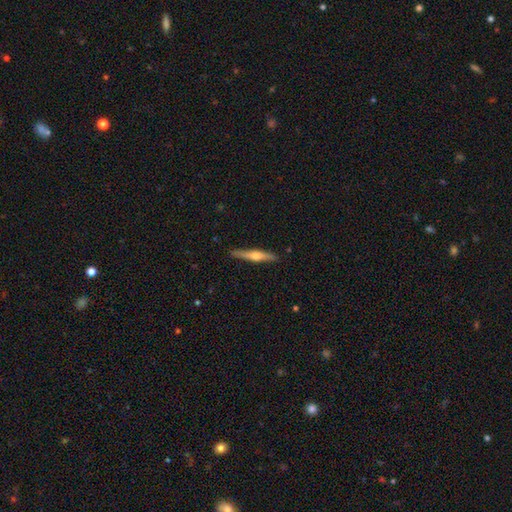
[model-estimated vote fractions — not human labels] Morphology: type=featured or disk (65%); edge-on=yes (97%); edge-on bulge=rounded (90%); merging=none (89%).